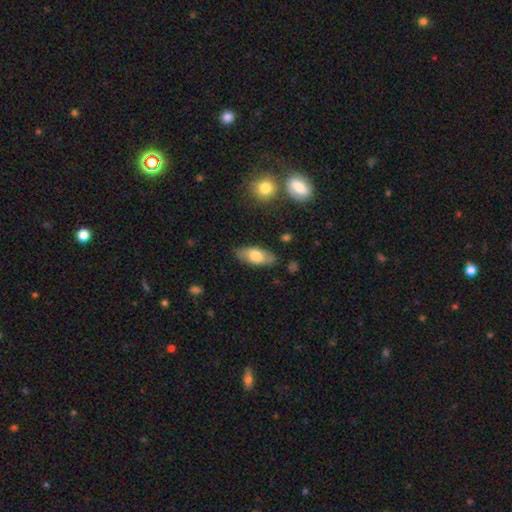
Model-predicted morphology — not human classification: Overall: smooth (67%). How rounded: in between (85%). Merging: none (84%).